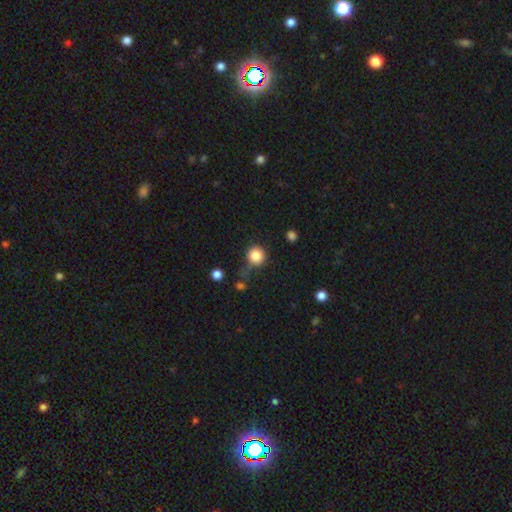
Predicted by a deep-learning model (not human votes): Smooth or featured? Predicted: smooth (p=0.85). How rounded? Predicted: round (p=0.93). Merging? Predicted: none (p=0.71).